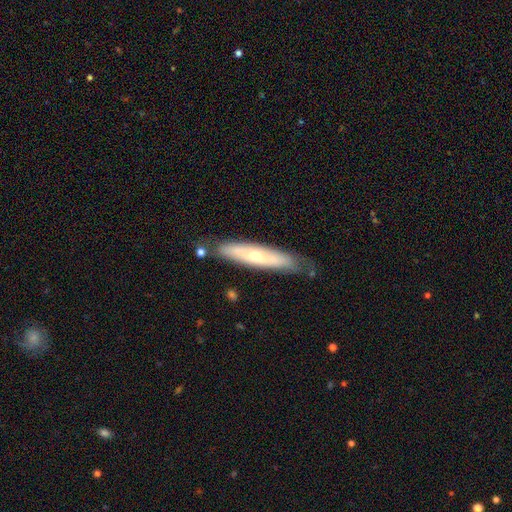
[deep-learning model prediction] Q: Smooth or featured?
A: featured or disk (52%); runner-up: smooth (42%)
Q: Edge-on disk?
A: yes (60%); runner-up: no (40%)
Q: Merging?
A: none (72%); runner-up: minor disturbance (20%)